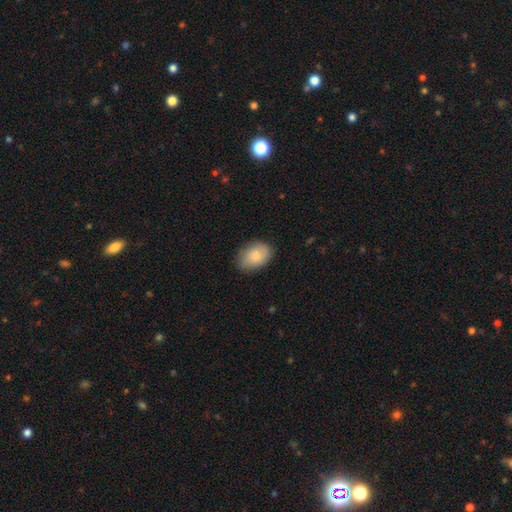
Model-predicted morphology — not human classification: Smooth or featured: smooth — 84% (featured or disk — 10%)
How rounded: in between — 81% (round — 18%)
Merging: none — 80% (minor disturbance — 15%)